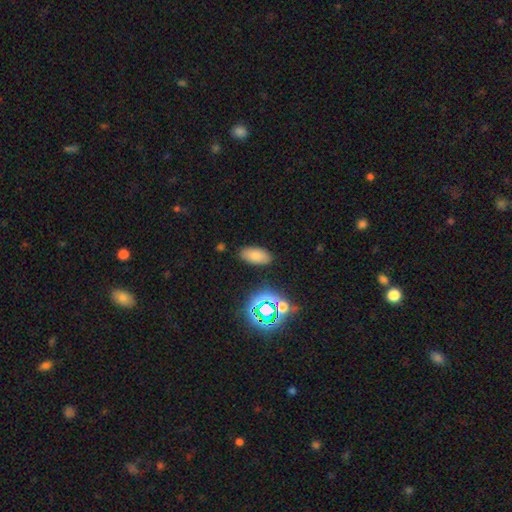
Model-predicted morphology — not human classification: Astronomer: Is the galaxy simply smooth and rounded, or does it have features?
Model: smooth — 74%.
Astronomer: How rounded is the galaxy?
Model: in between — 91%.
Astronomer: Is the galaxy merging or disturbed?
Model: none — 85%.